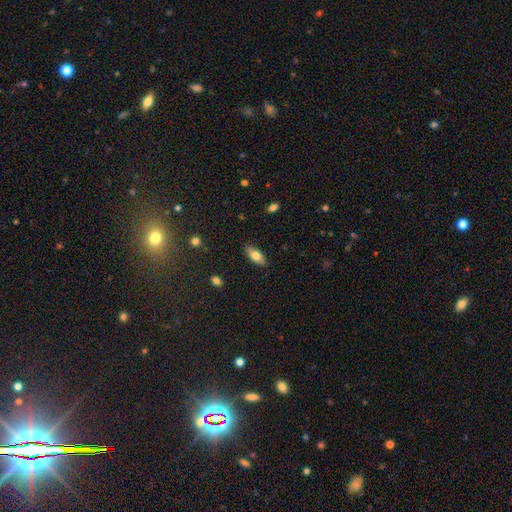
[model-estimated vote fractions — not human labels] A smooth galaxy with no disk features (76%) that is in between round and cigar-shaped (85%).

Vote fractions:
- Smooth or featured? smooth: 76% / featured or disk: 17% / star or artifact: 7%
- How rounded? in between: 85% / cigar-shaped: 13% / round: 3%
- Merging? none: 86% / minor disturbance: 11% / major disturbance: 2% / merger: 1%